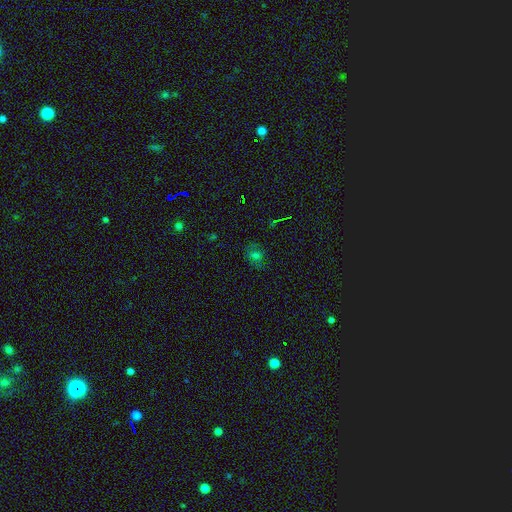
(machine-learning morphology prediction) Smooth or featured?
  - smooth: 56% *
  - star or artifact: 31%
  - featured or disk: 13%
How rounded?
  - round: 60% *
  - in between: 39%
  - cigar-shaped: 2%
Merging?
  - none: 73% *
  - minor disturbance: 18%
  - major disturbance: 7%
  - merger: 2%